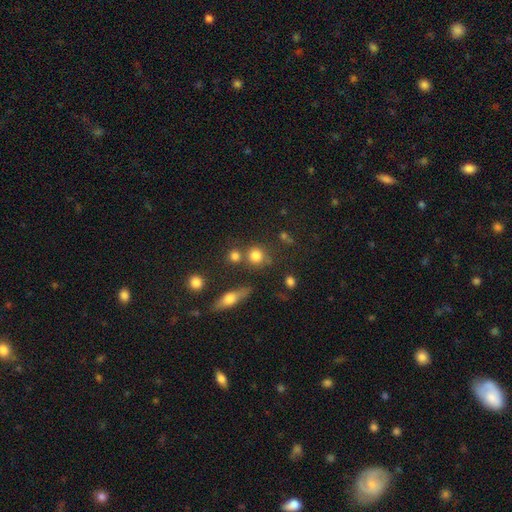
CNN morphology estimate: type=smooth (78%); roundness=round (84%); merging=none (62%).